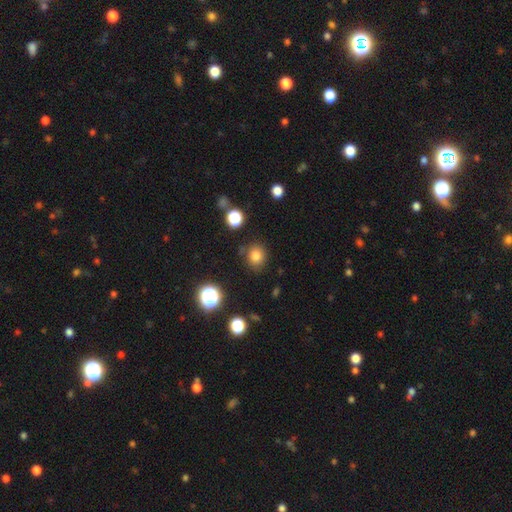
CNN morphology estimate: Smooth or featured?
  - smooth: 80% *
  - star or artifact: 14%
  - featured or disk: 6%
How rounded?
  - round: 79% *
  - in between: 20%
  - cigar-shaped: 1%
Merging?
  - none: 80% *
  - minor disturbance: 12%
  - merger: 4%
  - major disturbance: 4%